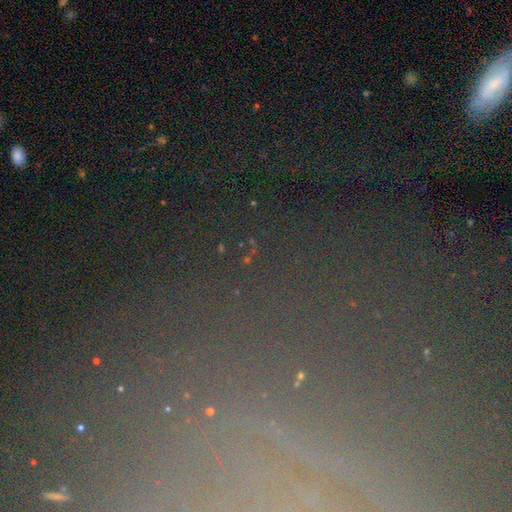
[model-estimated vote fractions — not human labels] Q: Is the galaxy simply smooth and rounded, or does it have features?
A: star or artifact — 65%.